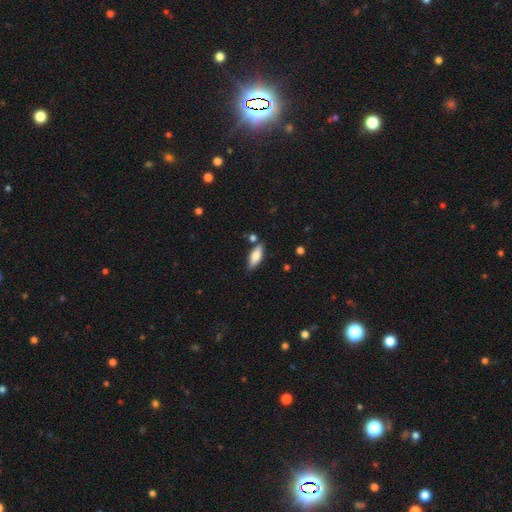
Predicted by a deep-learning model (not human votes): Smooth or featured? Predicted: smooth (p=0.70). How rounded? Predicted: in between (p=0.64). Merging? Predicted: none (p=0.78).